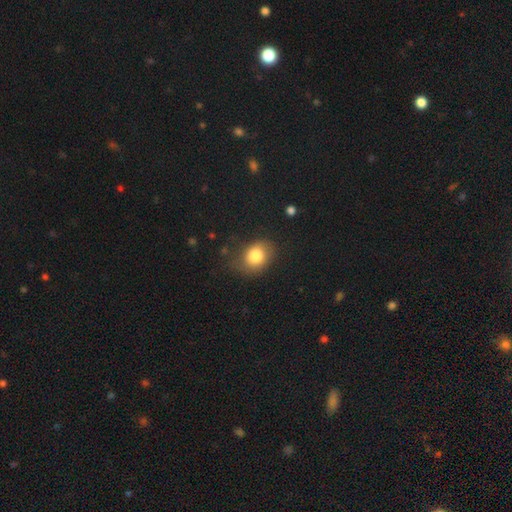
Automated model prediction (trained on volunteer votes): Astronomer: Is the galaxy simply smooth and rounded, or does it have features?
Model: smooth — 81%.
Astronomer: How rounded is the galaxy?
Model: in between — 55% (runner-up: round, 44%).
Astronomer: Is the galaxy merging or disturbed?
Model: none — 65%.